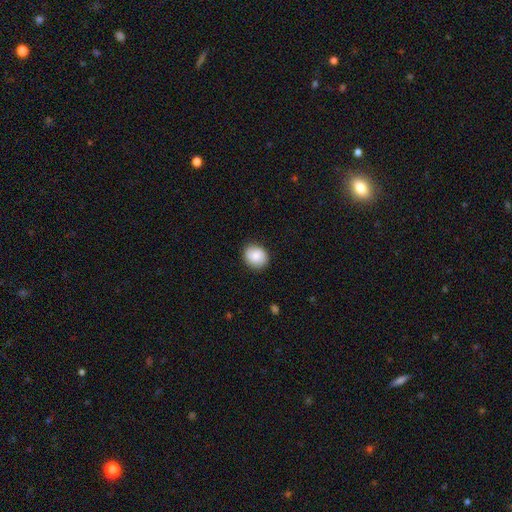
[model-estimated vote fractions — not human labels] Overall: smooth (80%). How rounded: round (71%). Merging: none (87%).